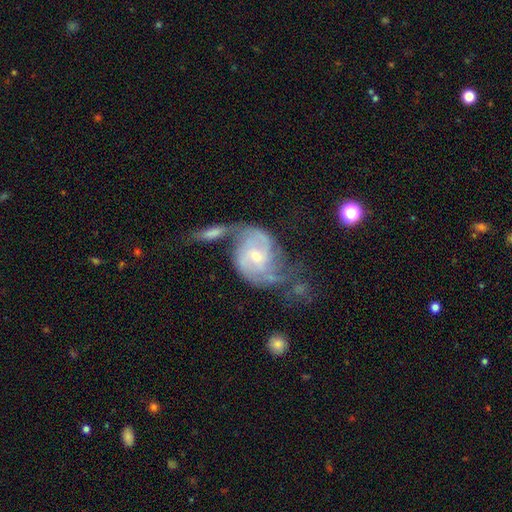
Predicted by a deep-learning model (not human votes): Overall: featured or disk (84%). Edge-on disk: no (97%). Bar: no (44%; weak 42%). Spiral arms: yes (95%). Spiral arm count: 2 (75%). Spiral winding: medium (46%; loose 28%). Bulge size: small (57%; moderate 39%). Merging: none (35%; merger 29%).